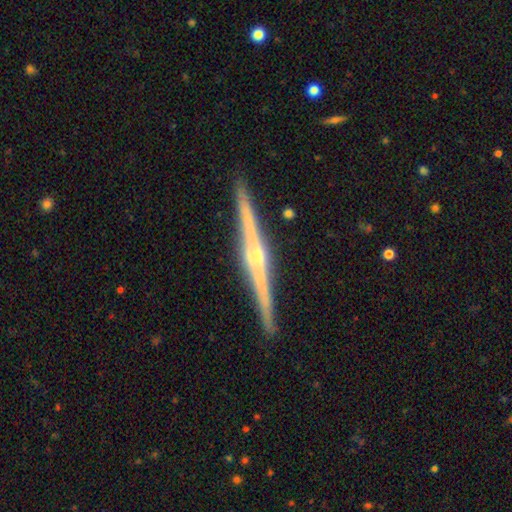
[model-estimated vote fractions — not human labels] This appears to be a featured or disk galaxy (88%) viewed edge-on (99%) with a rounded central bulge (87%). Merging: none (93%).